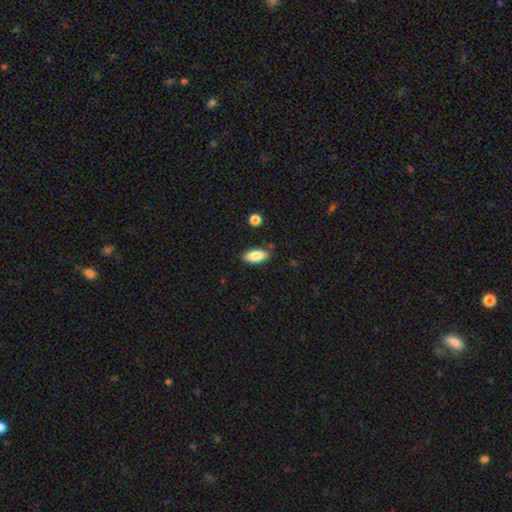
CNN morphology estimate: Smooth or featured? Predicted: smooth (p=0.85). How rounded? Predicted: in between (p=0.87). Merging? Predicted: none (p=0.81).